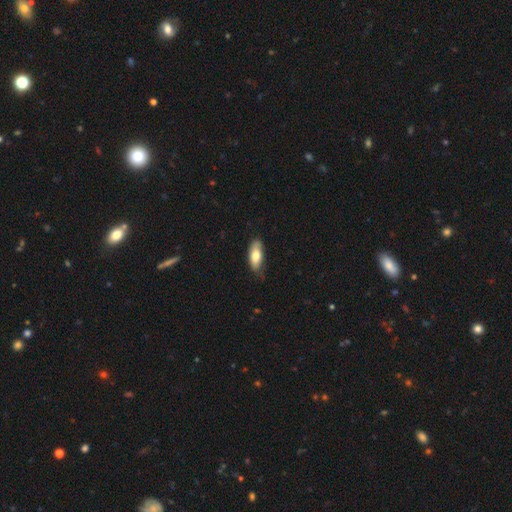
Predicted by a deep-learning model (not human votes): The model was most divided on "merging": none: 69%, minor disturbance: 26%, major disturbance: 4%, merger: 1%. More confident: how rounded — in between (82%); smooth or featured — smooth (75%).